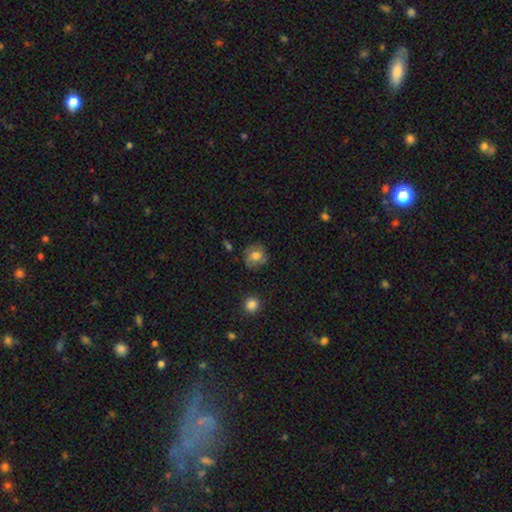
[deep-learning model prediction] smooth_or_featured: smooth (p=0.68) [alt: featured or disk p=0.22]
how_rounded: round (p=0.77) [alt: in between p=0.22]
merging: none (p=0.70) [alt: minor disturbance p=0.21]